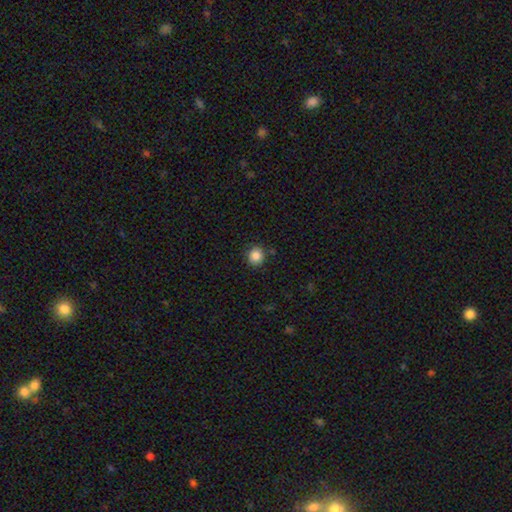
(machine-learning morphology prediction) A smooth galaxy with no disk features (86%) that is round (87%). Merging: none (87%).